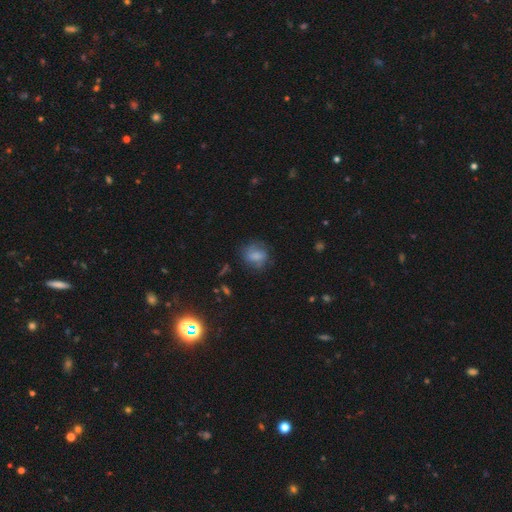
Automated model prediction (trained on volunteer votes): Smooth or featured? Predicted: smooth (p=0.71). How rounded? Predicted: round (p=0.57). Merging? Predicted: none (p=0.65).